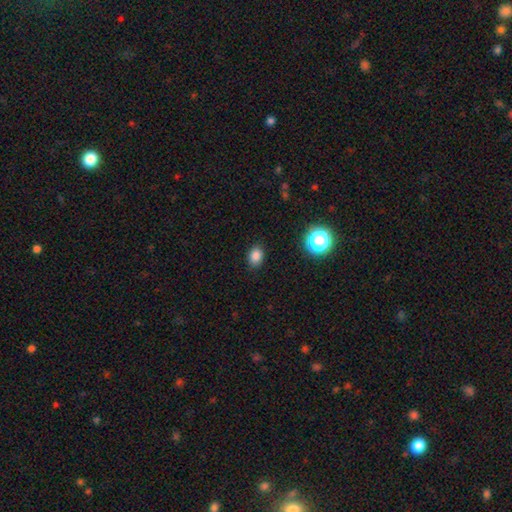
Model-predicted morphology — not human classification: Overall: smooth (83%). How rounded: in between (61%; round 38%). Merging: none (86%).